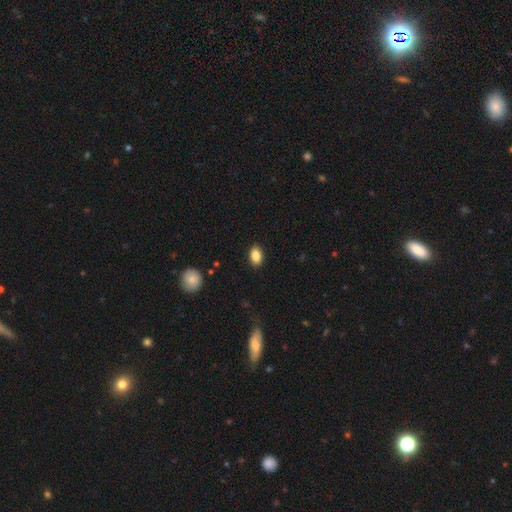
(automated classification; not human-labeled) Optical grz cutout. It shows a smooth galaxy with no disk features (87%) that is in between round and cigar-shaped (86%). Merging: none (88%).